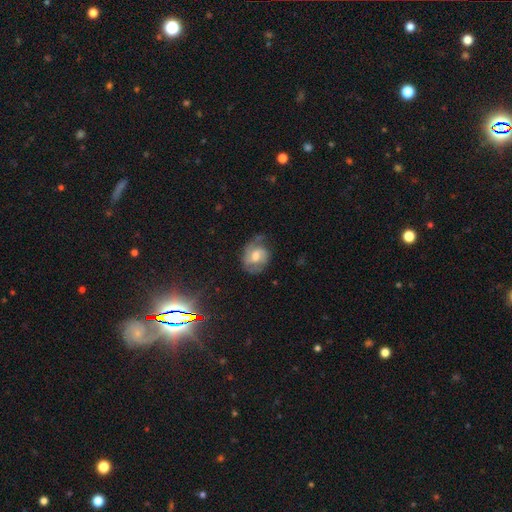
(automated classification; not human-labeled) A featured or disk galaxy (70%) with a weak bar (51%), 2 (64%) medium (44%) spiral arms (90%) and a moderate central bulge (60%).

Vote fractions:
- Smooth or featured? featured or disk: 70% / smooth: 22% / star or artifact: 8%
- Edge-on disk? no: 97% / yes: 3%
- Bar? weak: 51% / no: 36% / strong: 13%
- Spiral arms? yes: 90% / no: 10%
- Spiral winding? medium: 44% / tight: 39% / loose: 17%
- Spiral arm count? 2: 64% / can't tell: 15% / 1: 12% / 3: 5% / 4: 2% / more than 4: 1%
- Bulge size? moderate: 60% / small: 20% / large: 14% / none: 5% / dominant: 1%
- Merging? none: 60% / minor disturbance: 25% / major disturbance: 13% / merger: 2%